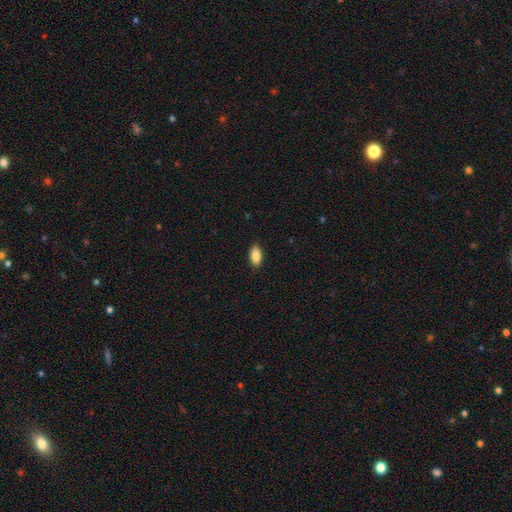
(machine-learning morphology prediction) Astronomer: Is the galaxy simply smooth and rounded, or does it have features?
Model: smooth — 87%.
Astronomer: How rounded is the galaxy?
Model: in between — 92%.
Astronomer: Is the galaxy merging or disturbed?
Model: none — 89%.